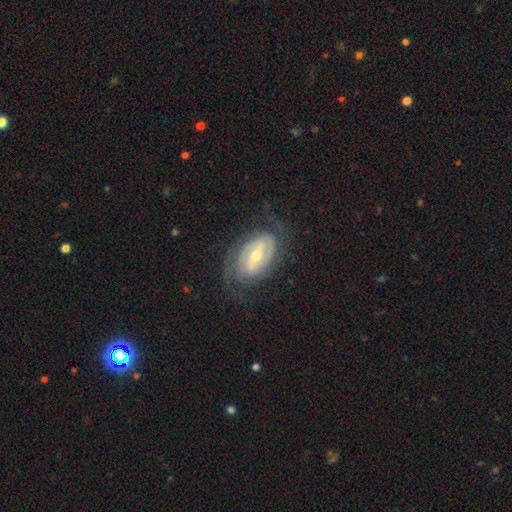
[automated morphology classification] The model was most divided on "bulge size" (2-way tie): small: 48%, moderate: 48%, large: 2%, none: 1%, dominant: 1%. Remaining: edge-on disk — no (95%); spiral arms — yes (92%); smooth or featured — featured or disk (83%); spiral arm count — 2 (73%); merging — none (70%); spiral winding — tight (48%); bar — strong (44%).